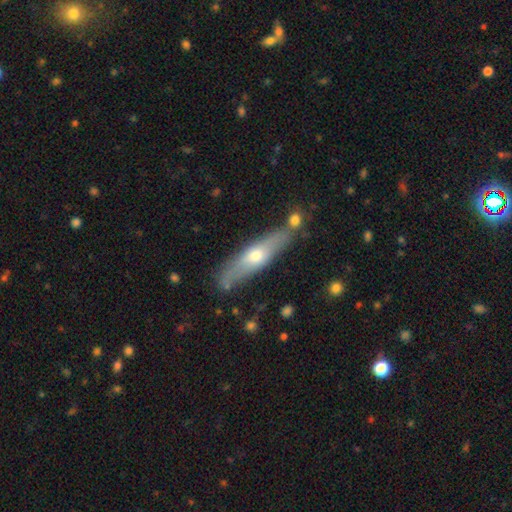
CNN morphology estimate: Q: Smooth or featured?
A: featured or disk (50%); runner-up: smooth (44%)
Q: Edge-on disk?
A: yes (77%); runner-up: no (23%)
Q: Merging?
A: none (76%); runner-up: minor disturbance (14%)